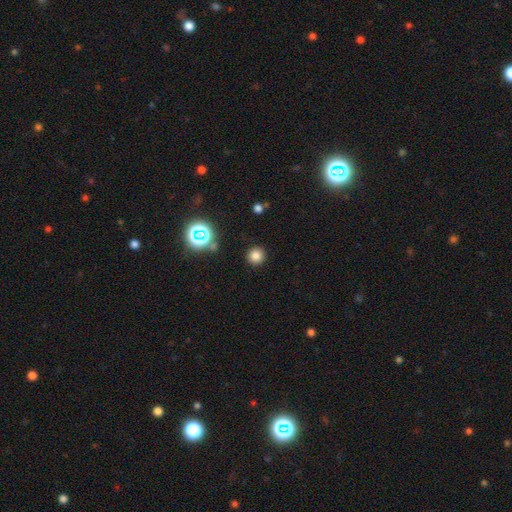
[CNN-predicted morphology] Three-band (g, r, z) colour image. It shows a smooth galaxy with no disk features (77%) that is round (94%). Merging: none (90%).